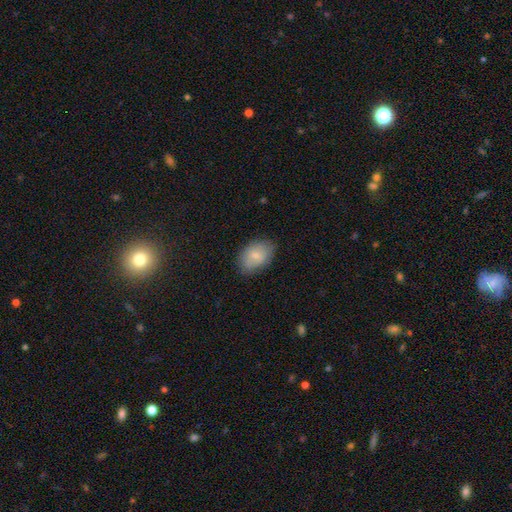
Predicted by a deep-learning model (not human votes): This appears to be a smooth galaxy with no disk features (80%) that is in between round and cigar-shaped (87%). Merging: none (78%).